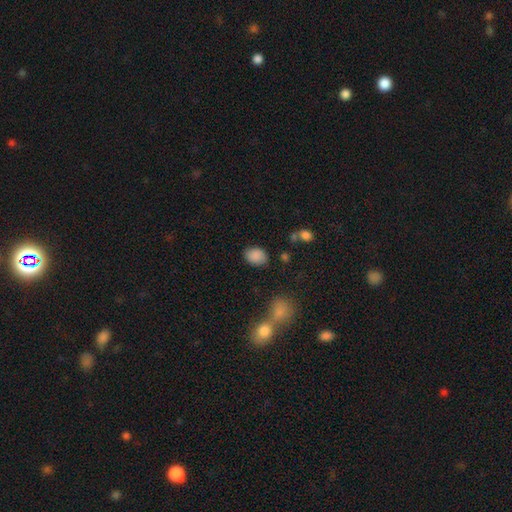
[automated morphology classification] smooth-or-featured: smooth: 87% | star or artifact: 8% | featured or disk: 5%
  how-rounded: in between: 73% | round: 25% | cigar-shaped: 1%
  merging: none: 79% | minor disturbance: 14% | major disturbance: 4% | merger: 3%